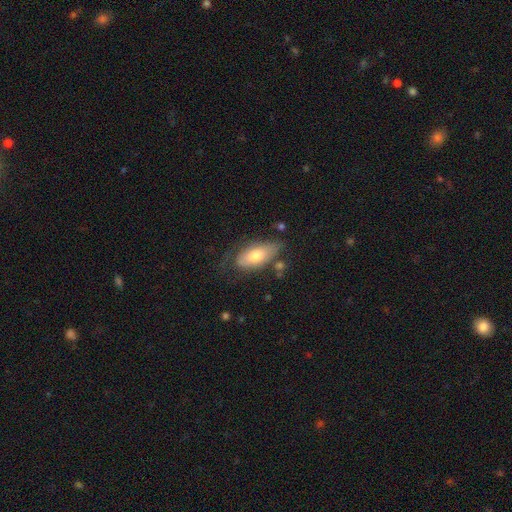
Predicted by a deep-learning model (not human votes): This appears to be a smooth galaxy with no disk features (68%) that is in between round and cigar-shaped (89%). Merging: none (55%).